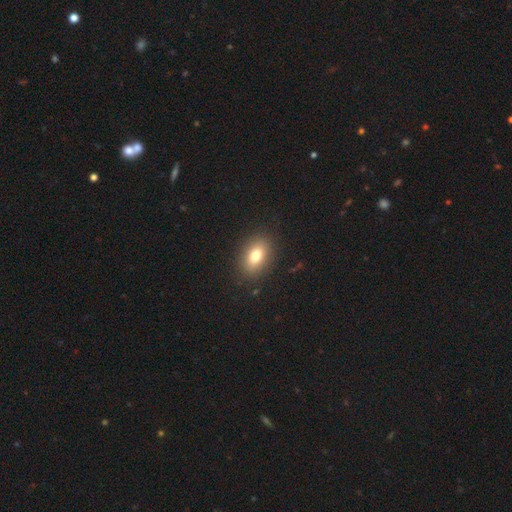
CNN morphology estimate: type=smooth (77%); roundness=in between (82%); merging=none (87%).